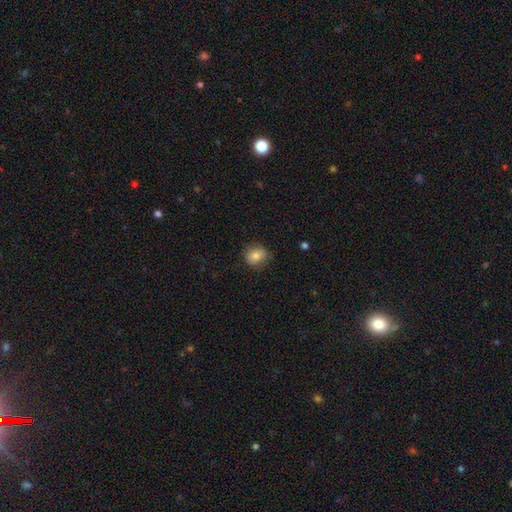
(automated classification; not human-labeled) Smooth or featured?
  - smooth: 80% *
  - featured or disk: 10%
  - star or artifact: 9%
How rounded?
  - round: 67% *
  - in between: 32%
  - cigar-shaped: 1%
Merging?
  - none: 81% *
  - minor disturbance: 15%
  - major disturbance: 3%
  - merger: 1%